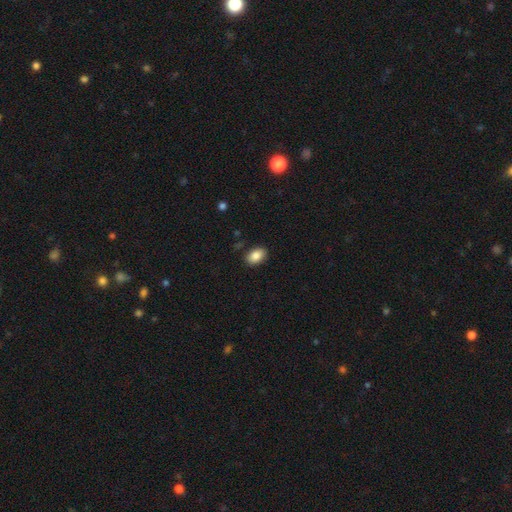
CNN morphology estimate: smooth-or-featured: smooth: 86% | star or artifact: 8% | featured or disk: 6%
  how-rounded: in between: 85% | round: 14% | cigar-shaped: 1%
  merging: none: 87% | minor disturbance: 9% | major disturbance: 2% | merger: 1%